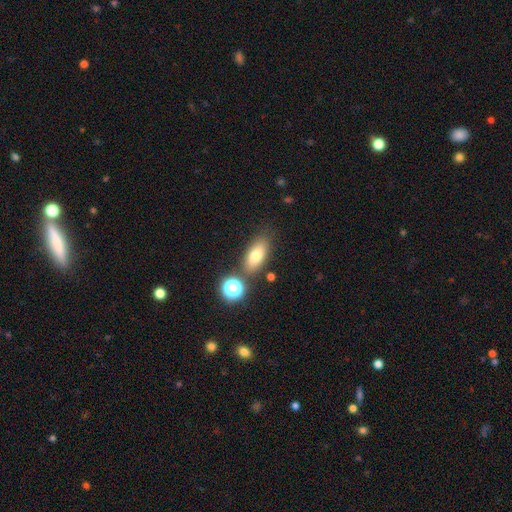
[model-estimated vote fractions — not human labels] Smooth or featured? Predicted: smooth (p=0.74). How rounded? Predicted: in between (p=0.80). Merging? Predicted: none (p=0.75).